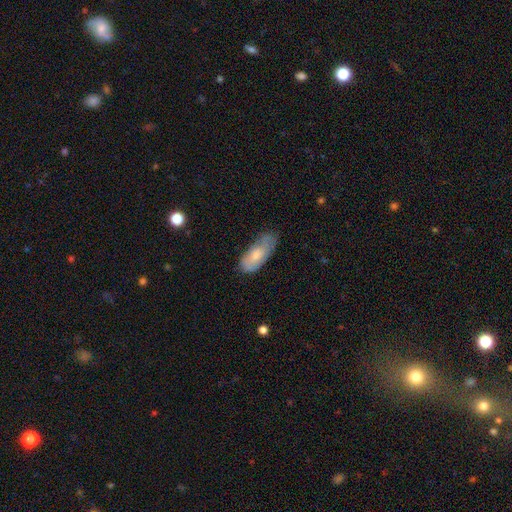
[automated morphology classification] Overall: smooth (69%). How rounded: in between (84%). Merging: none (49%; minor disturbance 37%).